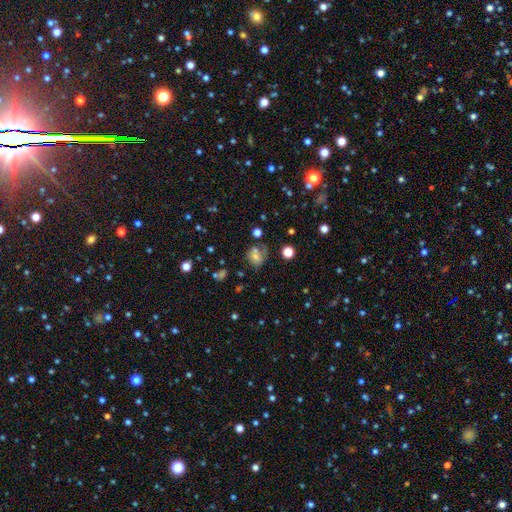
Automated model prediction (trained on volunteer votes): Smooth or featured? smooth (61%)
How rounded? round (65%)
Merging? none (50%)